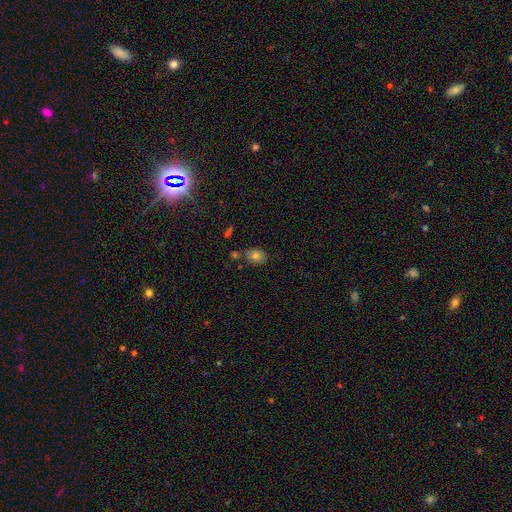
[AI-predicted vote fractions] This is likely a smooth galaxy (80%). How rounded: possibly in between (59%). Merging: likely none (71%).